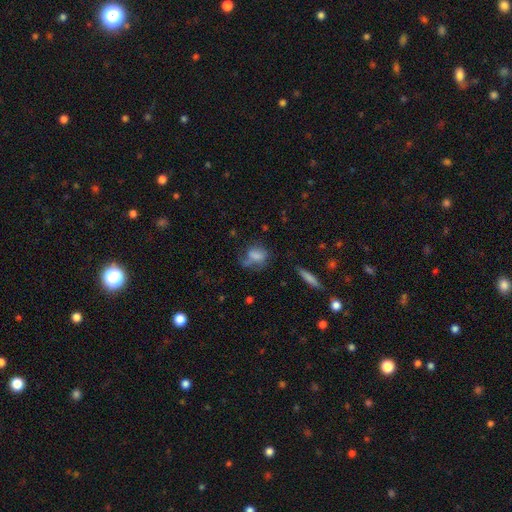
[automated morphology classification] smooth-or-featured: smooth: 68% | featured or disk: 20% | star or artifact: 11%
  how-rounded: in between: 70% | round: 25% | cigar-shaped: 5%
  merging: none: 37% | major disturbance: 29% | minor disturbance: 26% | merger: 9%